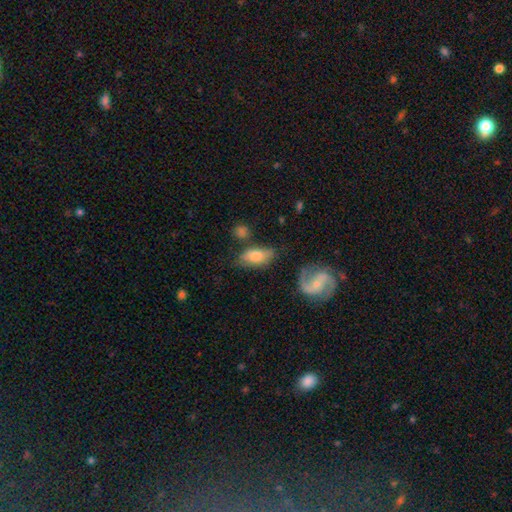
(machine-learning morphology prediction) smooth 63%, featured or disk 29%, star or artifact 8%. Down the decision tree: how rounded — in between (85%); merging — none (63%).